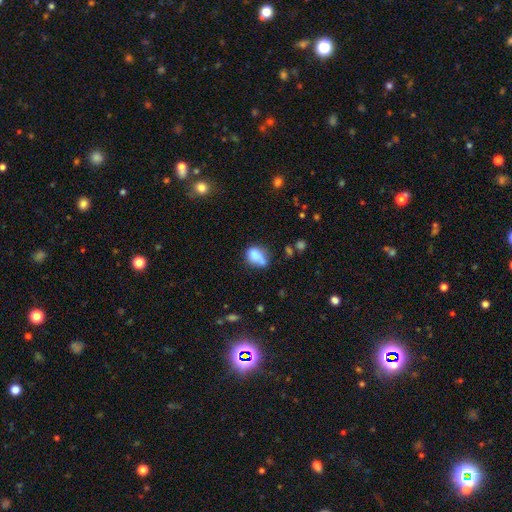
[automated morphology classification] Smooth or featured: smooth — 77% (featured or disk — 13%)
How rounded: in between — 75% (round — 22%)
Merging: none — 39% (minor disturbance — 29%)